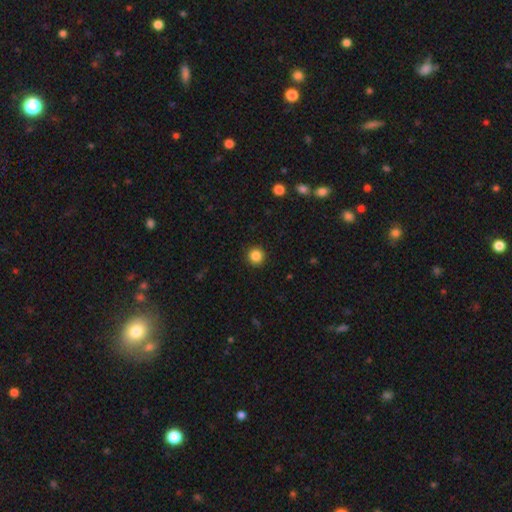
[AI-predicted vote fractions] Smooth or featured? Predicted: smooth (p=0.86). How rounded? Predicted: round (p=0.95). Merging? Predicted: none (p=0.92).